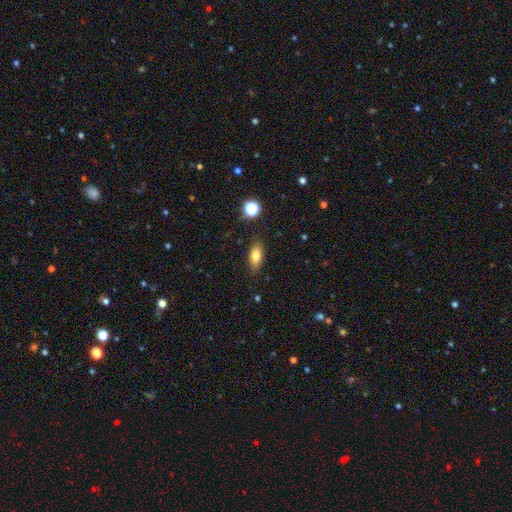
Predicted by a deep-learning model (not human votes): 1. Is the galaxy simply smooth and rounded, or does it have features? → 78% smooth, 13% featured or disk, 9% star or artifact.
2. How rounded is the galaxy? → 80% in between, 14% cigar-shaped, 6% round.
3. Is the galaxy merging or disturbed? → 85% none, 11% minor disturbance, 3% major disturbance, 2% merger.